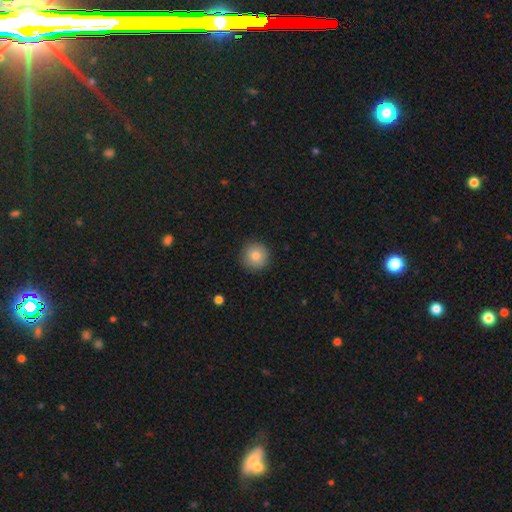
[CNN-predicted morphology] smooth_or_featured: smooth (p=0.82) [alt: star or artifact p=0.09]
how_rounded: round (p=0.95) [alt: in between p=0.04]
merging: none (p=0.90) [alt: minor disturbance p=0.07]